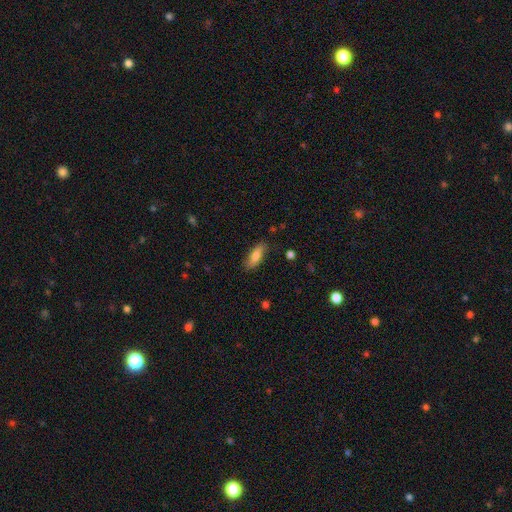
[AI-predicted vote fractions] The model was most divided on "how rounded": in between: 64%, cigar-shaped: 34%, round: 2%. More confident: merging — none (81%); smooth or featured — smooth (78%).